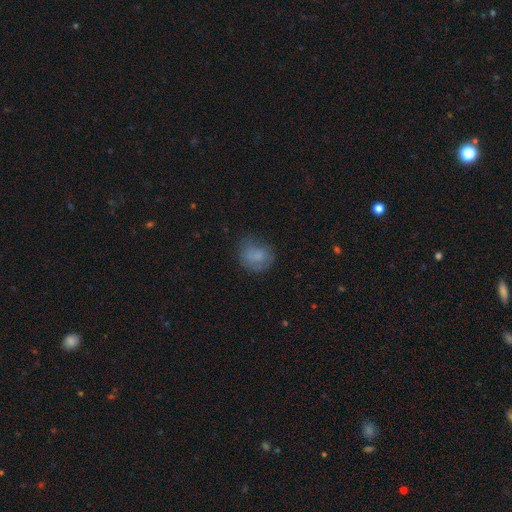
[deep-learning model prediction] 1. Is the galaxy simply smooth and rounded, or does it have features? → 69% smooth, 21% featured or disk, 11% star or artifact.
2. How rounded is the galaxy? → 68% round, 30% in between, 1% cigar-shaped.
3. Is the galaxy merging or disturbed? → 60% none, 24% minor disturbance, 13% major disturbance, 2% merger.